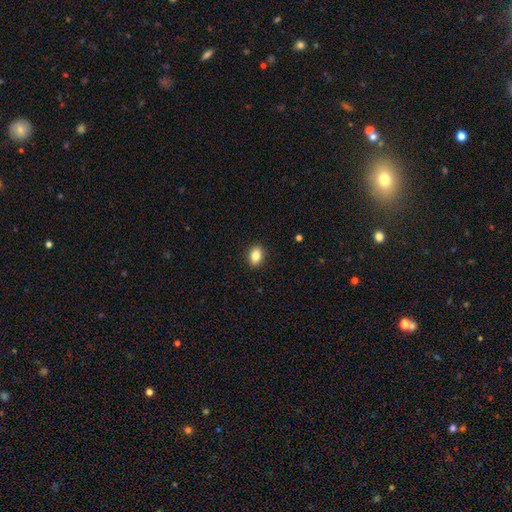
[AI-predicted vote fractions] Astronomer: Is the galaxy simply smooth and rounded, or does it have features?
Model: smooth — 85%.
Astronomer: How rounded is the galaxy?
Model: in between — 74%.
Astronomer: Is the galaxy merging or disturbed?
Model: none — 90%.